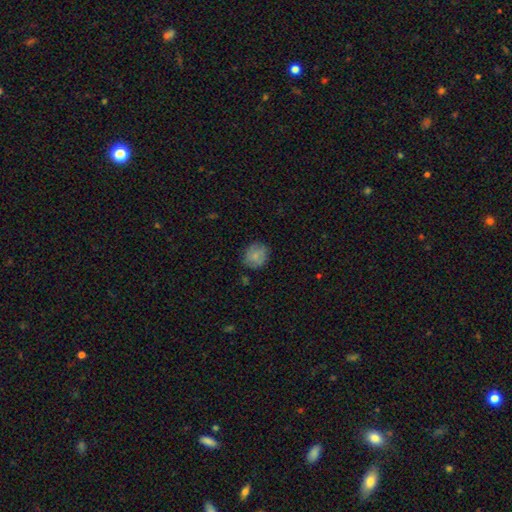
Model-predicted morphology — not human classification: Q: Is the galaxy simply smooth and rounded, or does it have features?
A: smooth — 72%.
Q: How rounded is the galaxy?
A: round — 74%.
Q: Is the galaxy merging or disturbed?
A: none — 78%.